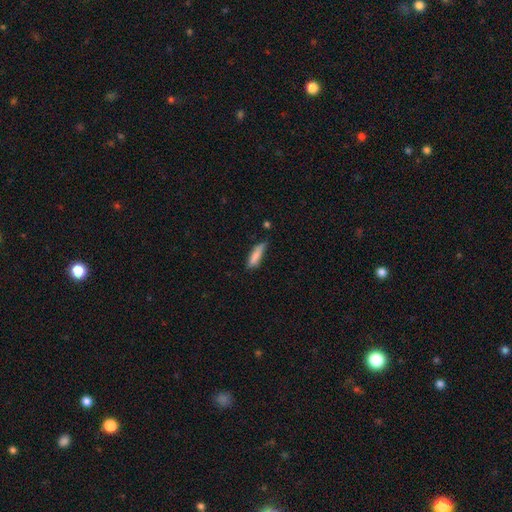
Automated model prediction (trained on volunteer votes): Q: Smooth or featured?
A: smooth (81%); runner-up: featured or disk (12%)
Q: How rounded?
A: cigar-shaped (71%); runner-up: in between (27%)
Q: Merging?
A: none (55%); runner-up: minor disturbance (35%)